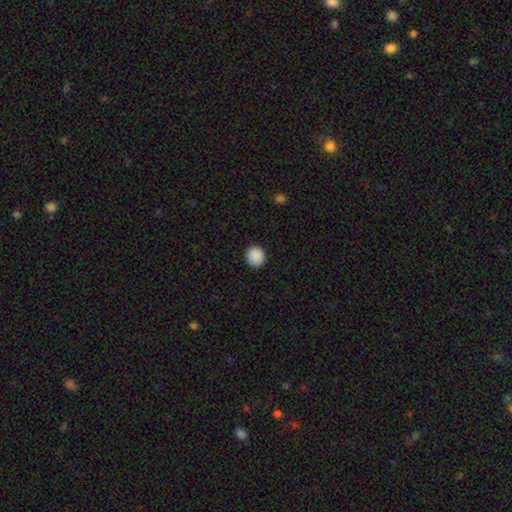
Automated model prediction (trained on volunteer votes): smooth 90%, star or artifact 8%, featured or disk 2%. Down the decision tree: how rounded — round (92%); merging — none (92%).